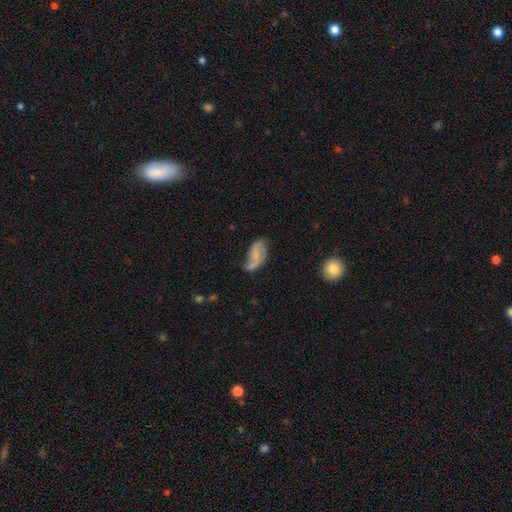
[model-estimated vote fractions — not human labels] Morphology: type=featured or disk (55%); edge-on=no (95%); bar=no (49%); spiral arms=yes (83%); bulge=small (45%); merging=none (46%).